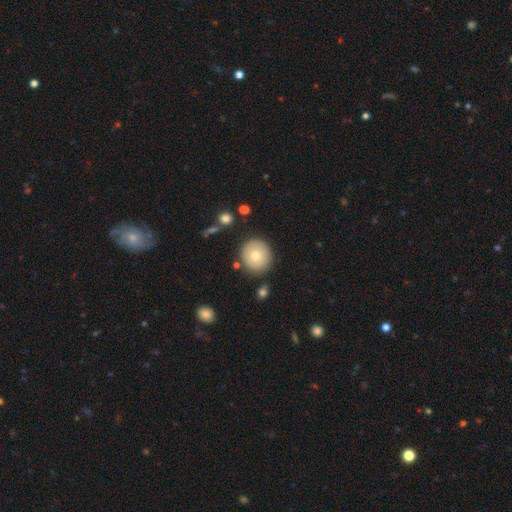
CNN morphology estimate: A smooth galaxy with no disk features (75%) that is round (92%). Merging: none (87%).